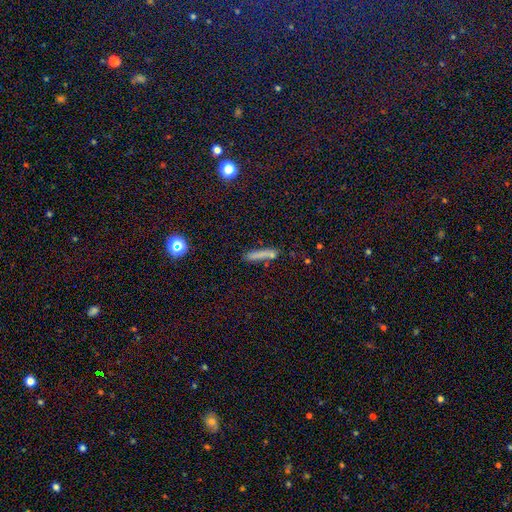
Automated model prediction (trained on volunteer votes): Smooth or featured? Predicted: smooth (p=0.68). How rounded? Predicted: cigar-shaped (p=0.89). Merging? Predicted: none (p=0.77).